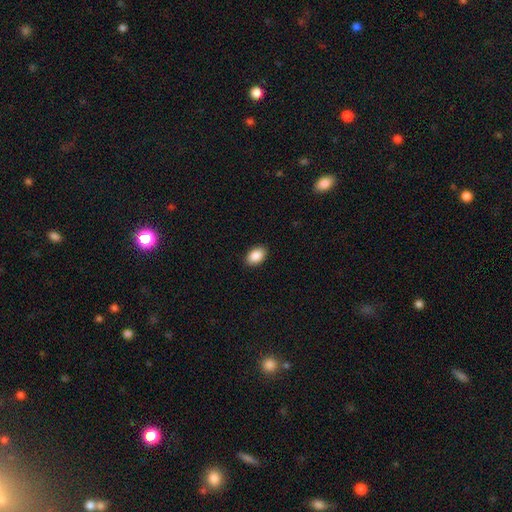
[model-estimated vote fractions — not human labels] Smooth or featured?
  - smooth: 89% *
  - star or artifact: 7%
  - featured or disk: 3%
How rounded?
  - in between: 88% *
  - round: 10%
  - cigar-shaped: 1%
Merging?
  - none: 90% *
  - minor disturbance: 7%
  - major disturbance: 2%
  - merger: 1%